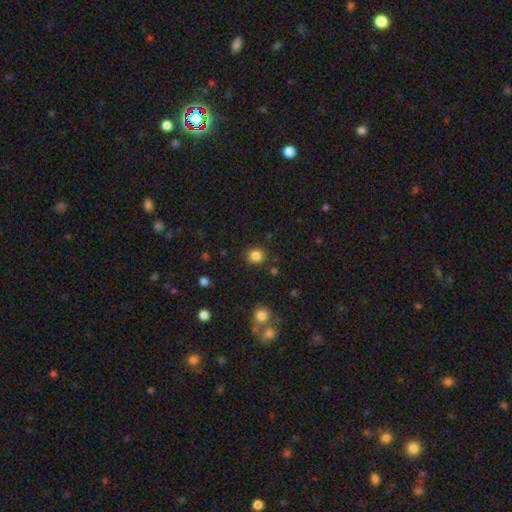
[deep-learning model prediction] Q: Smooth or featured?
A: smooth (84%); runner-up: star or artifact (12%)
Q: How rounded?
A: round (86%); runner-up: in between (13%)
Q: Merging?
A: none (88%); runner-up: minor disturbance (7%)